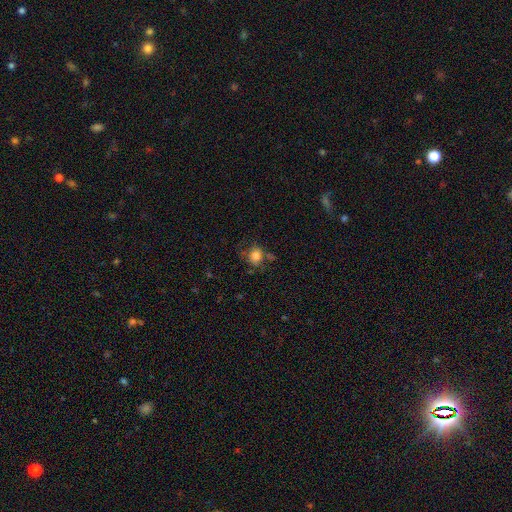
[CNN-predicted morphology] Q: Smooth or featured?
A: smooth (75%); runner-up: star or artifact (13%)
Q: How rounded?
A: round (65%); runner-up: in between (34%)
Q: Merging?
A: none (59%); runner-up: minor disturbance (23%)